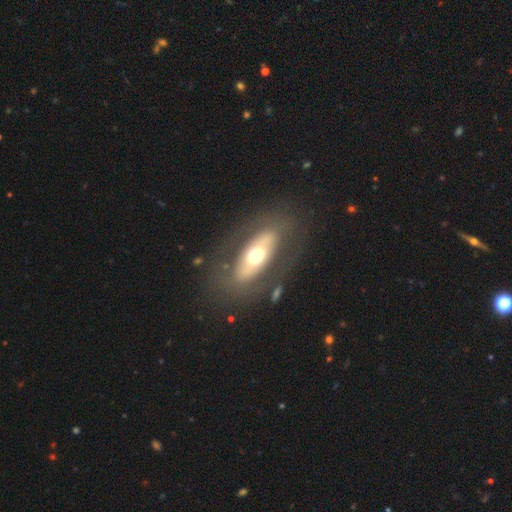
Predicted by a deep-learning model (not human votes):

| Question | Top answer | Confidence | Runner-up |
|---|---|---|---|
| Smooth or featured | featured or disk | 53% | smooth (41%) |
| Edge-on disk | no | 78% | yes (22%) |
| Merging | none | 77% | minor disturbance (12%) |